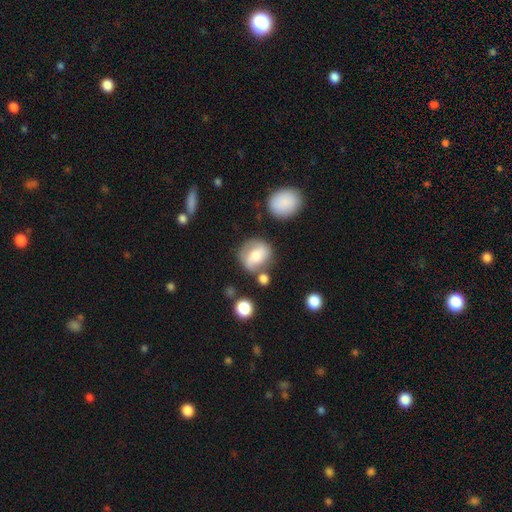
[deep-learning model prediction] Morphology: type=smooth (56%); roundness=round (70%); merging=none (63%).